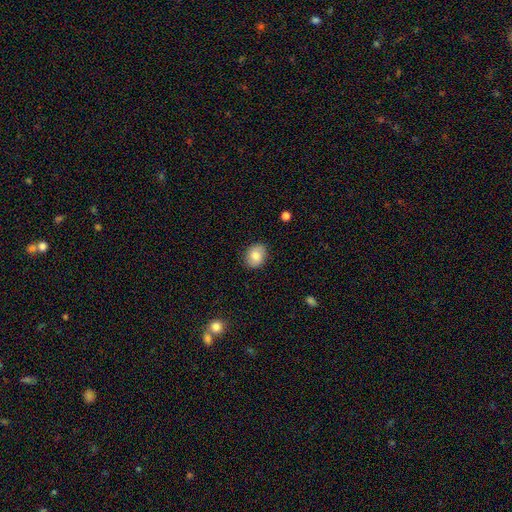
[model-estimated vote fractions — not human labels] Smooth or featured: smooth — 80% (featured or disk — 12%)
How rounded: in between — 50% (round — 49%)
Merging: none — 84% (minor disturbance — 12%)